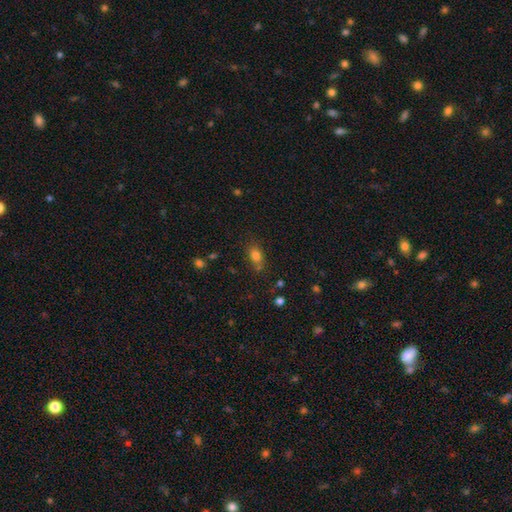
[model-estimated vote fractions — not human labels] The model was most divided on "merging": none: 68%, minor disturbance: 18%, merger: 9%, major disturbance: 5%. More confident: smooth or featured — smooth (78%); how rounded — in between (74%).